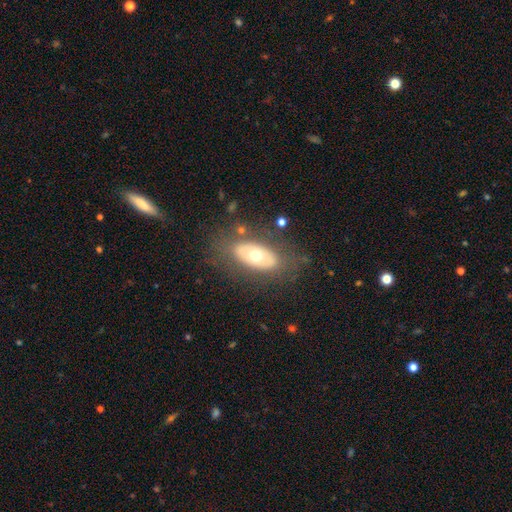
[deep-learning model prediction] This appears to be a featured or disk galaxy (47%, tied with smooth). Merging: none (76%).